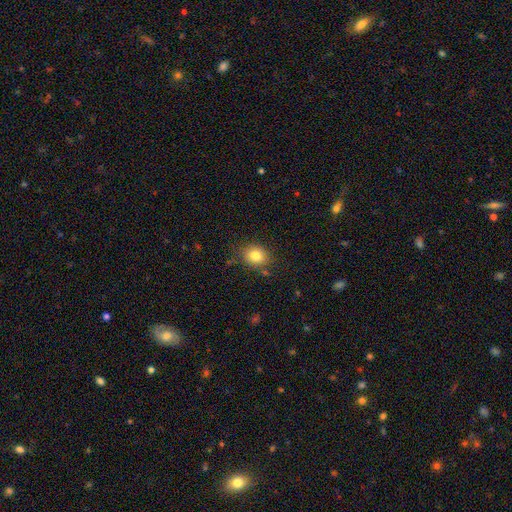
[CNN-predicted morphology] A smooth galaxy with no disk features (81%) that is round (58%). Merging: none (79%).